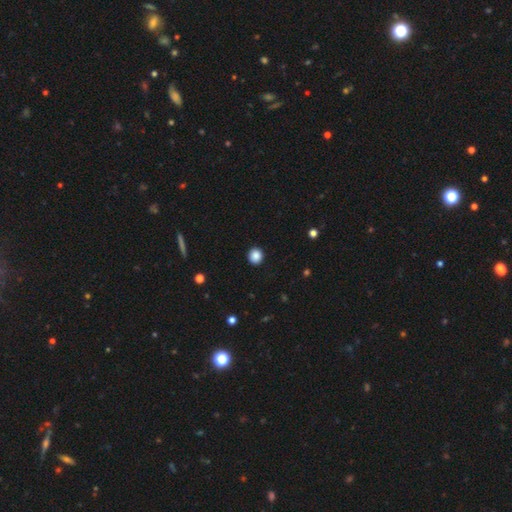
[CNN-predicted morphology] Smooth or featured? smooth (87%)
How rounded? round (91%)
Merging? none (92%)